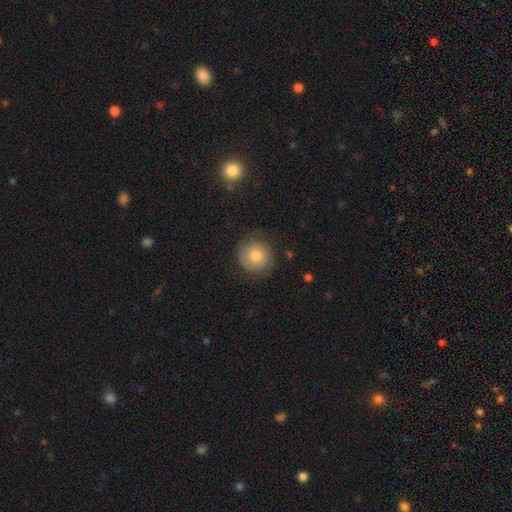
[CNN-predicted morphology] Smooth or featured? Predicted: smooth (p=0.70). How rounded? Predicted: round (p=0.93). Merging? Predicted: none (p=0.78).